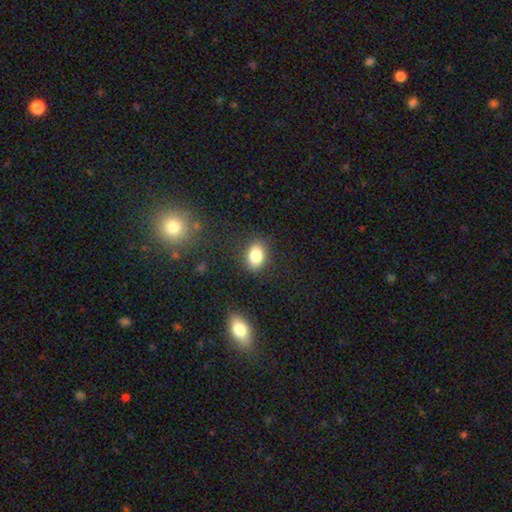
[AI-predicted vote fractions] Smooth or featured?
  - smooth: 82% *
  - star or artifact: 10%
  - featured or disk: 8%
How rounded?
  - in between: 79% *
  - round: 19%
  - cigar-shaped: 2%
Merging?
  - none: 84% *
  - minor disturbance: 11%
  - major disturbance: 3%
  - merger: 2%